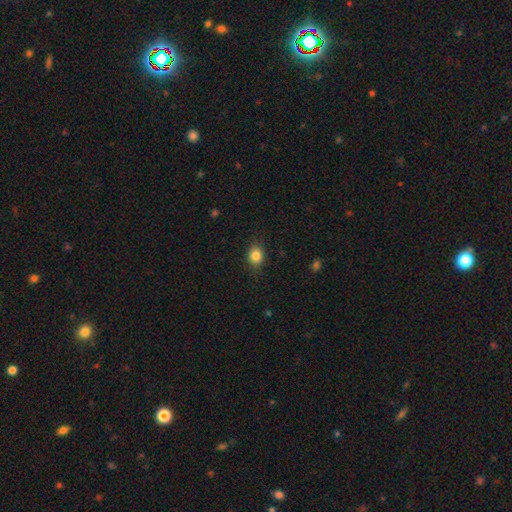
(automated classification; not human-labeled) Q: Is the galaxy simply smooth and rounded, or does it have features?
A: smooth — 85%.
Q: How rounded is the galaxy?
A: round — 54%.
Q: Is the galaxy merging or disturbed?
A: none — 84%.